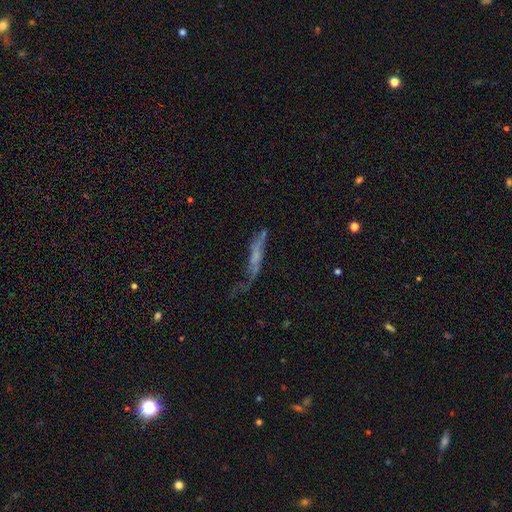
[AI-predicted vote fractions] This appears to be a featured or disk galaxy (51%) viewed edge-on (53%). Merging: major disturbance (38%).